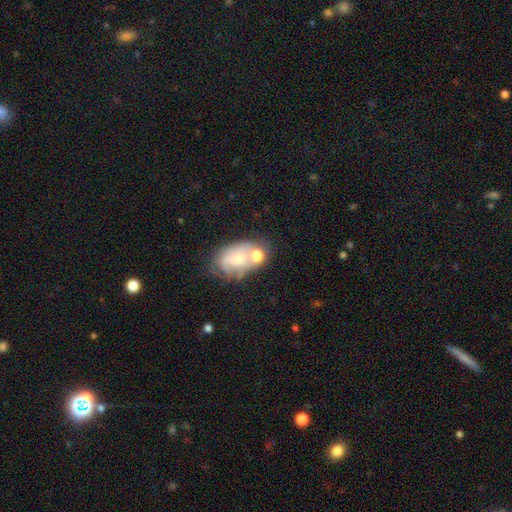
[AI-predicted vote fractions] Q: Smooth or featured?
A: smooth (51%); runner-up: featured or disk (38%)
Q: How rounded?
A: in between (65%); runner-up: round (34%)
Q: Merging?
A: merger (43%); runner-up: none (28%)